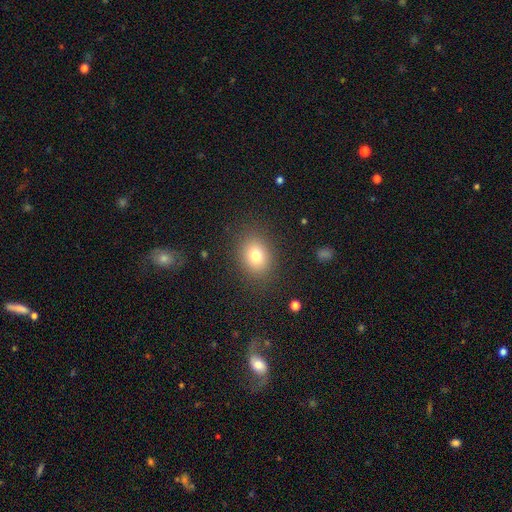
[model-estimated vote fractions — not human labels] Q: Smooth or featured?
A: smooth (77%); runner-up: star or artifact (12%)
Q: How rounded?
A: in between (50%); runner-up: round (49%)
Q: Merging?
A: none (86%); runner-up: minor disturbance (9%)